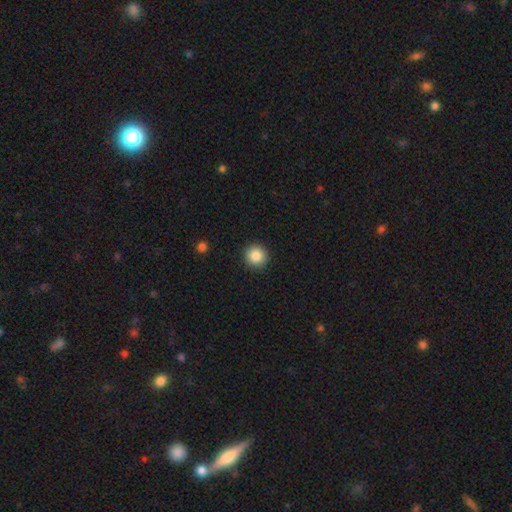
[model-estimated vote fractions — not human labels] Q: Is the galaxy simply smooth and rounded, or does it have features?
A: smooth — 87%.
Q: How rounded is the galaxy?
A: round — 95%.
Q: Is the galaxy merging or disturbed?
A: none — 93%.